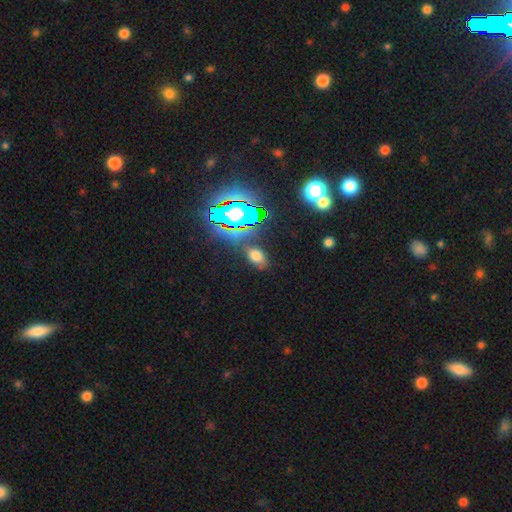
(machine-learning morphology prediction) Smooth or featured? smooth (57%)
How rounded? in between (79%)
Merging? none (73%)